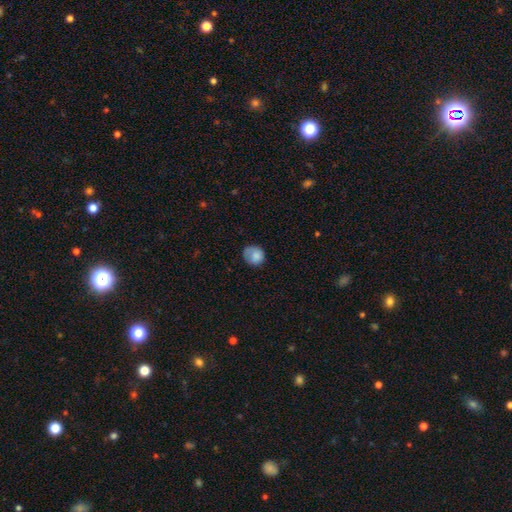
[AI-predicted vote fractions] This appears to be a smooth galaxy with no disk features (82%) that is round (77%). Merging: none (61%).